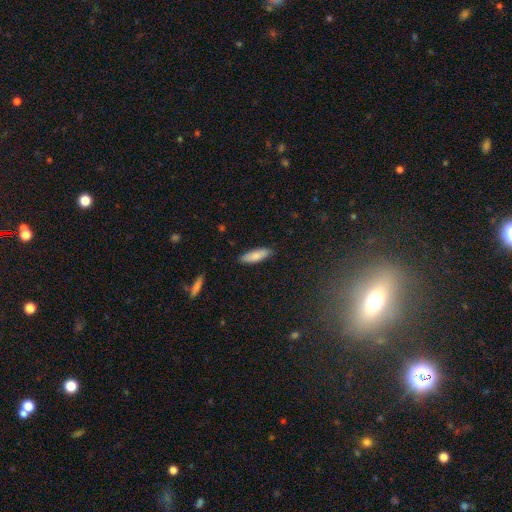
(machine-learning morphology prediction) The model was most divided on "how rounded": cigar-shaped: 53%, in between: 45%, round: 2%. More confident: merging — none (88%); smooth or featured — smooth (83%).